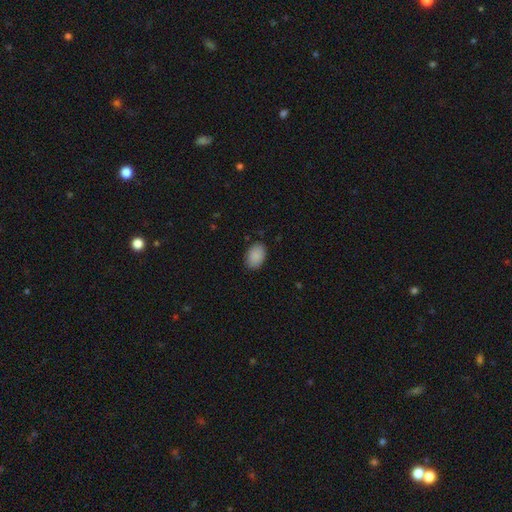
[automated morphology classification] Smooth or featured?
  - smooth: 89% *
  - star or artifact: 7%
  - featured or disk: 4%
How rounded?
  - in between: 85% *
  - round: 14%
  - cigar-shaped: 1%
Merging?
  - none: 86% *
  - minor disturbance: 10%
  - major disturbance: 2%
  - merger: 1%